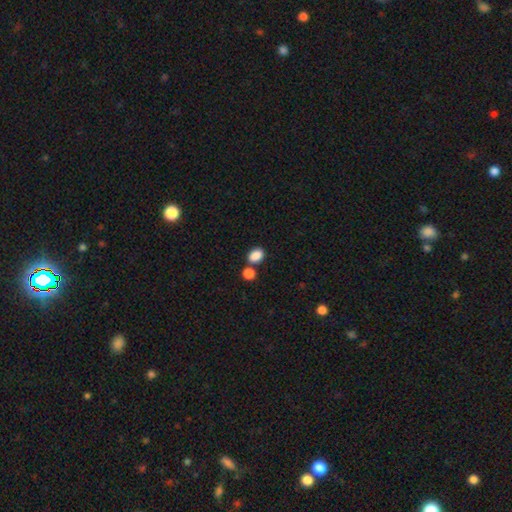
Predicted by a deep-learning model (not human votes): smooth 87%, star or artifact 9%, featured or disk 4%. Down the decision tree: how rounded — in between (72%); merging — none (66%).